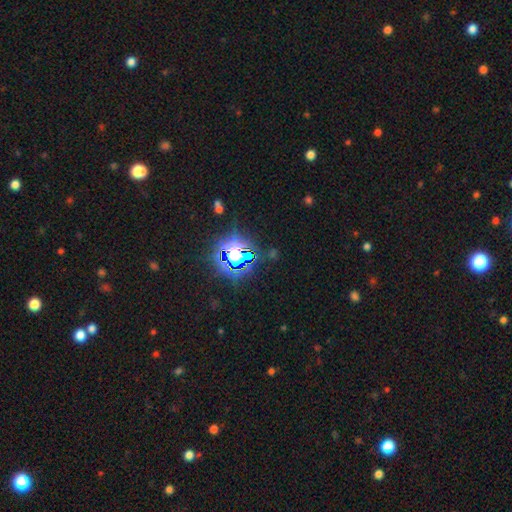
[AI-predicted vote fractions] Smooth or featured: star or artifact — 79% (smooth — 13%)